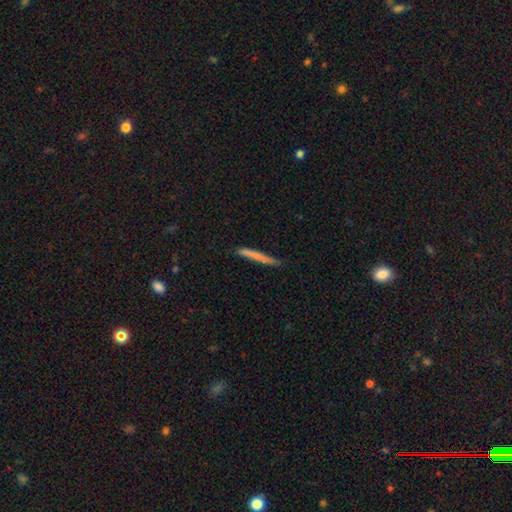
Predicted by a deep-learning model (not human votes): A smooth galaxy with no disk features (66%) that is cigar-shaped (96%).

Vote fractions:
- Smooth or featured? smooth: 66% / featured or disk: 28% / star or artifact: 6%
- How rounded? cigar-shaped: 96% / in between: 2% / round: 1%
- Merging? none: 81% / minor disturbance: 15% / major disturbance: 2% / merger: 2%